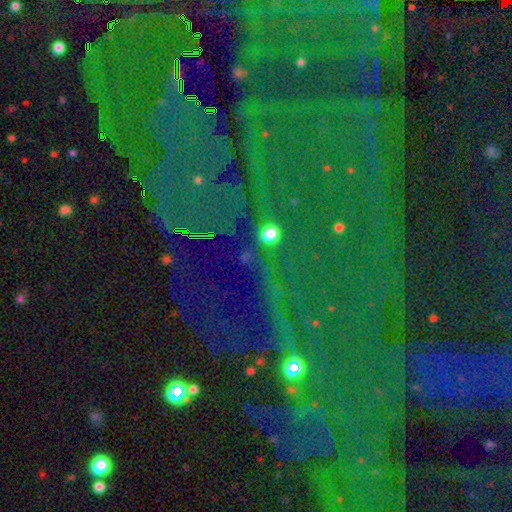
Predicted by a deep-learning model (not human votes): Smooth or featured? star or artifact (84%)